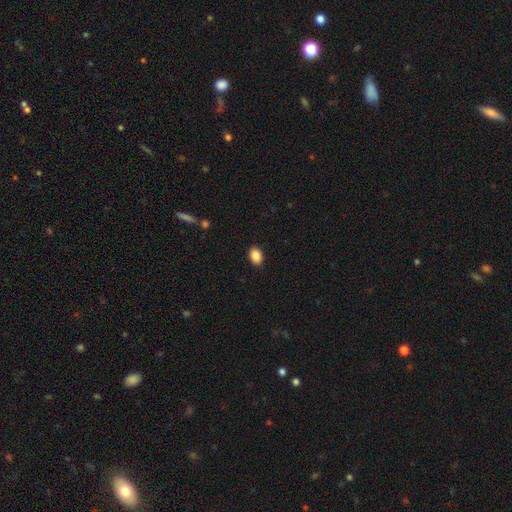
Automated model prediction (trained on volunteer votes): Smooth or featured? Predicted: smooth (p=0.88). How rounded? Predicted: in between (p=0.77). Merging? Predicted: none (p=0.90).